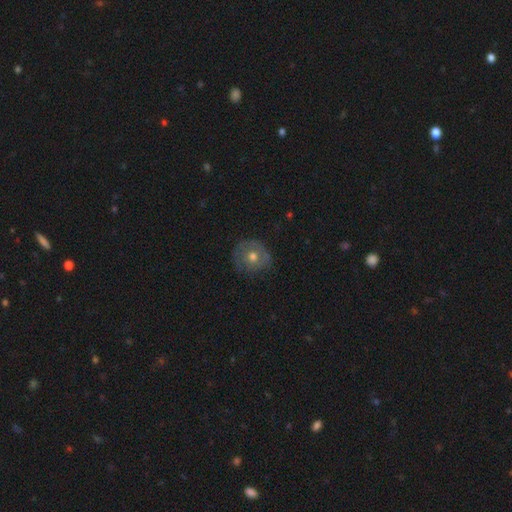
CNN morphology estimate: This is marginally a featured or disk galaxy (42%). Merging: clearly none (84%).